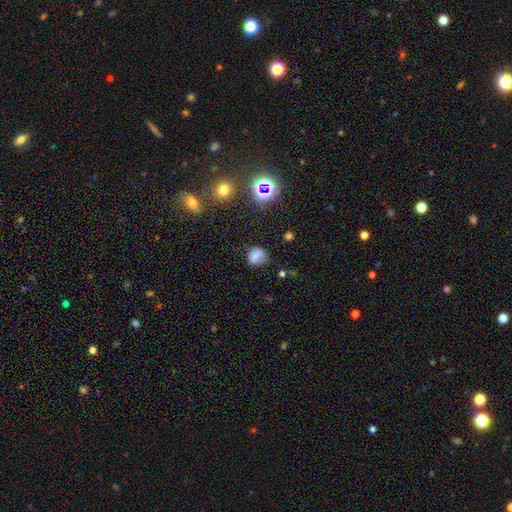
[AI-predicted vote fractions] A smooth galaxy with no disk features (71%) that is round (72%).

Vote fractions:
- Smooth or featured? smooth: 71% / star or artifact: 16% / featured or disk: 13%
- How rounded? round: 72% / in between: 27% / cigar-shaped: 1%
- Merging? none: 66% / minor disturbance: 22% / major disturbance: 8% / merger: 5%